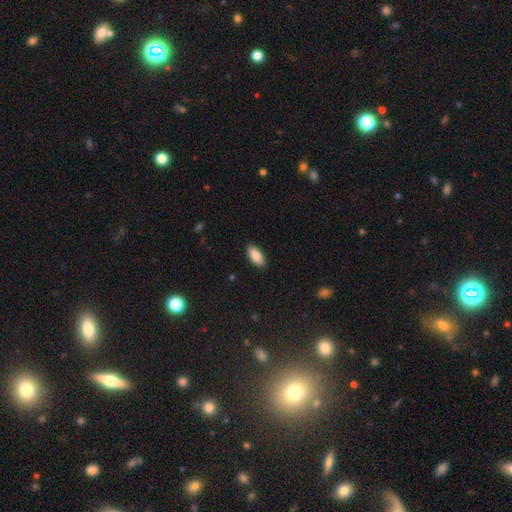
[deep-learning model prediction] Smooth or featured?
  - smooth: 88% *
  - star or artifact: 6%
  - featured or disk: 6%
How rounded?
  - in between: 89% *
  - cigar-shaped: 9%
  - round: 2%
Merging?
  - none: 89% *
  - minor disturbance: 8%
  - major disturbance: 2%
  - merger: 1%